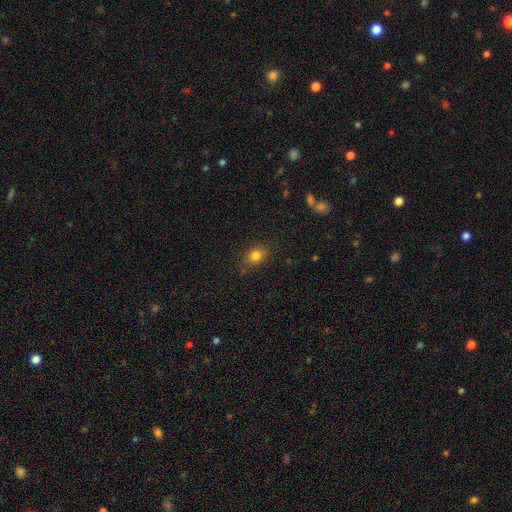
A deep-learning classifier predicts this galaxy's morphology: Smooth or featured? Predicted: smooth (p=0.81). How rounded? Predicted: in between (p=0.54). Merging? Predicted: none (p=0.77).